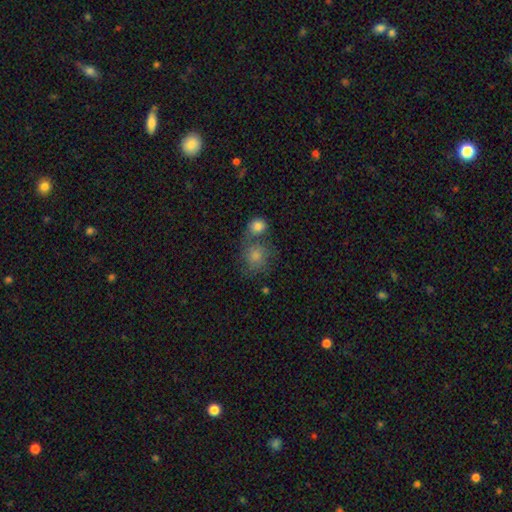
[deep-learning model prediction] Overall: smooth (78%). How rounded: round (79%). Merging: none (42%; merger 37%).